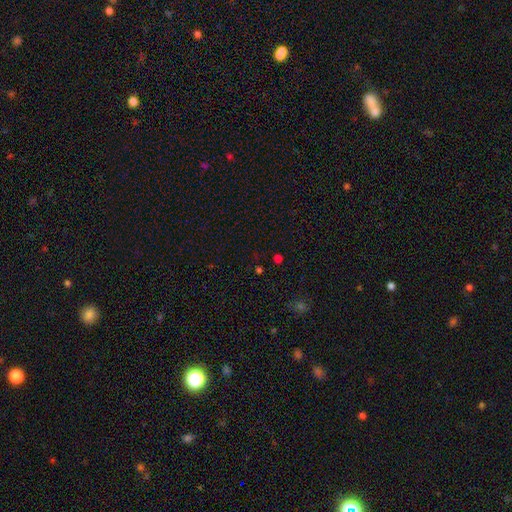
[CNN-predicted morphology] Smooth or featured? star or artifact (52%)